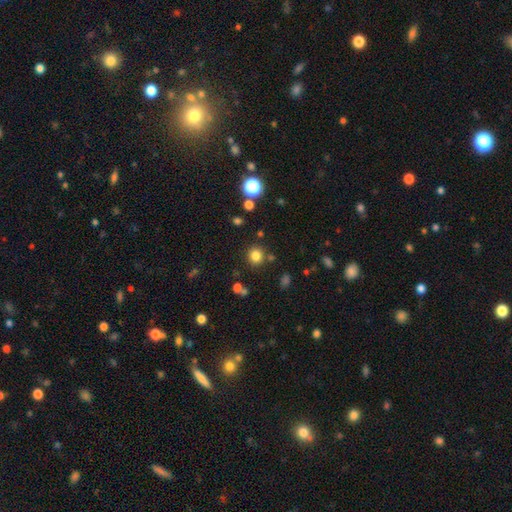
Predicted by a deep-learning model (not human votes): smooth 80%, star or artifact 15%, featured or disk 5%. Down the decision tree: how rounded — round (89%); merging — none (84%).